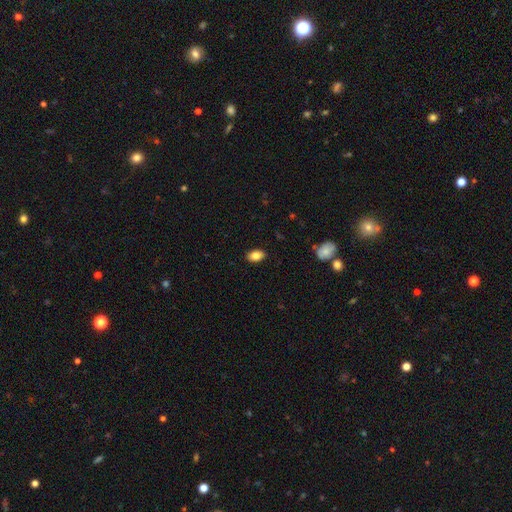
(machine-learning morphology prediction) Smooth or featured?
  - smooth: 84% *
  - featured or disk: 8%
  - star or artifact: 8%
How rounded?
  - in between: 90% *
  - round: 8%
  - cigar-shaped: 2%
Merging?
  - none: 89% *
  - minor disturbance: 8%
  - major disturbance: 2%
  - merger: 1%